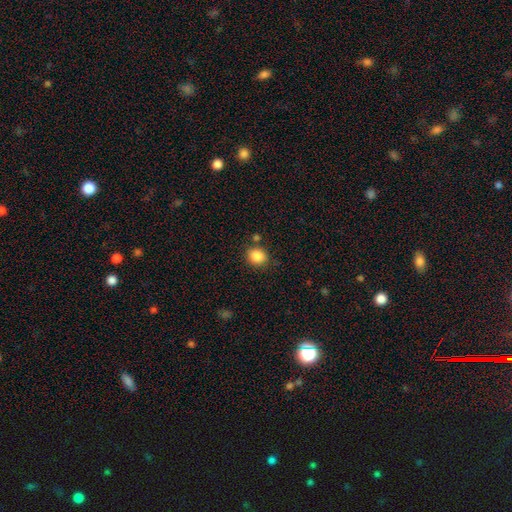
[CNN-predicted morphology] smooth_or_featured: smooth (p=0.86) [alt: star or artifact p=0.10]
how_rounded: round (p=0.70) [alt: in between p=0.29]
merging: none (p=0.80) [alt: minor disturbance p=0.11]